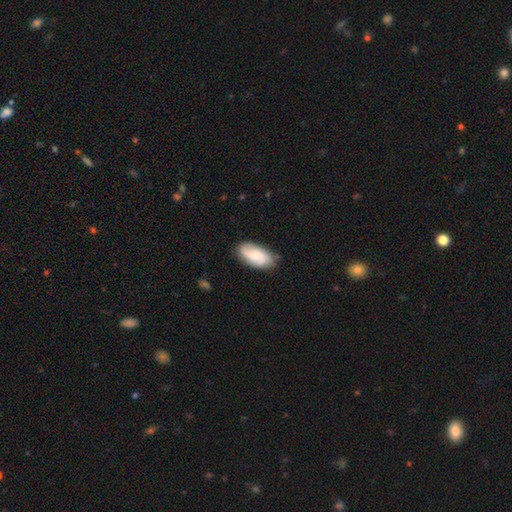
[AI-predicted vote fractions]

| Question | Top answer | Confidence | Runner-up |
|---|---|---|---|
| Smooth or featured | smooth | 58% | featured or disk (36%) |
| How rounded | in between | 92% | cigar-shaped (5%) |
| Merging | none | 73% | minor disturbance (21%) |